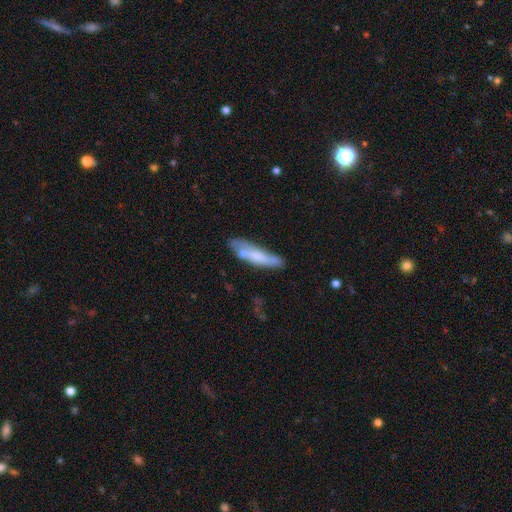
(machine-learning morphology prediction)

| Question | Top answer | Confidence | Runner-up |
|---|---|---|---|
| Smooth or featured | smooth | 56% | featured or disk (37%) |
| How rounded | cigar-shaped | 73% | in between (25%) |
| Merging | none | 54% | minor disturbance (27%) |